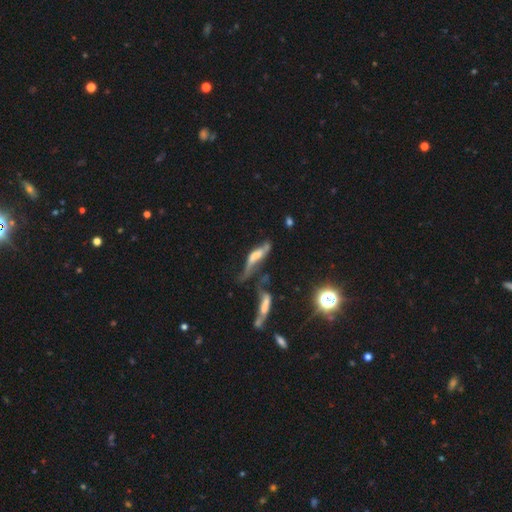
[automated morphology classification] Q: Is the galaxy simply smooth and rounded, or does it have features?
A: featured or disk — 56%.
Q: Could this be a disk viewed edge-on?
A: no — 64%.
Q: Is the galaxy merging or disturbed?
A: merger — 33%.